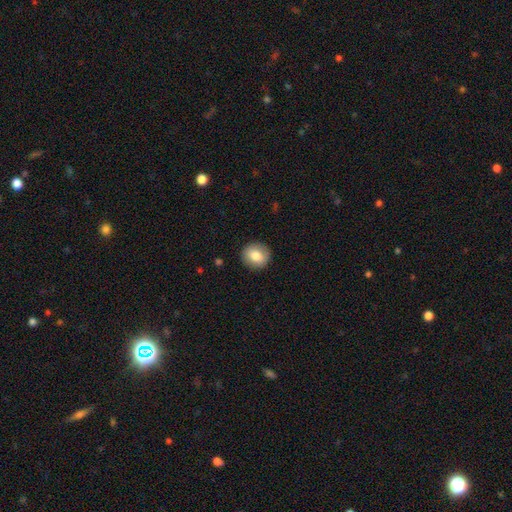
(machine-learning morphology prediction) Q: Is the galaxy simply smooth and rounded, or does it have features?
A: smooth — 79%.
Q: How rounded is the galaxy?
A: round — 87%.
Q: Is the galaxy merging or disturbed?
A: none — 90%.